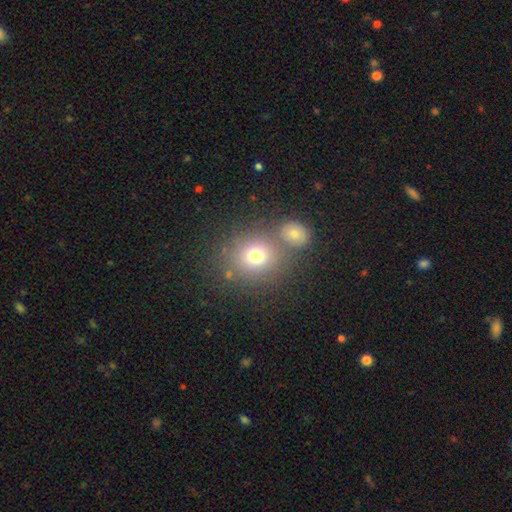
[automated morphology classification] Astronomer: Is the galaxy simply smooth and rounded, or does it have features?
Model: smooth — 73%.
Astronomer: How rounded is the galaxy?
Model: round — 81%.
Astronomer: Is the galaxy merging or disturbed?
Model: none — 64%.